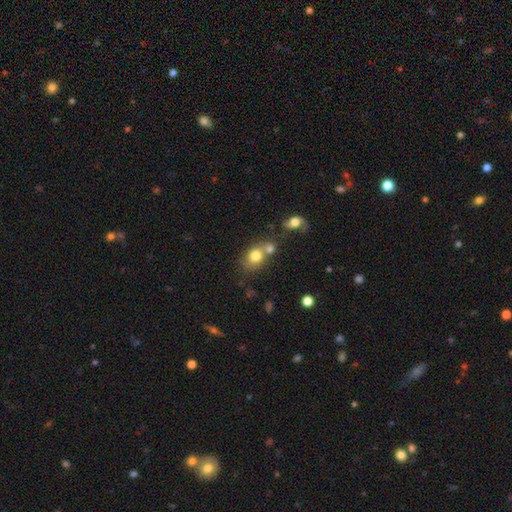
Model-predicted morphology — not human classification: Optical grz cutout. It shows a smooth galaxy with no disk features (76%) that is round (53%). Merging: none (43%).